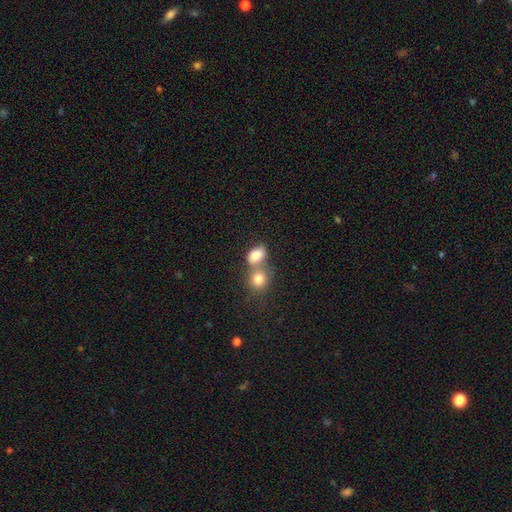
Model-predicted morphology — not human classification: Smooth or featured?
  - smooth: 82% *
  - star or artifact: 9%
  - featured or disk: 9%
How rounded?
  - in between: 68% *
  - round: 31%
  - cigar-shaped: 2%
Merging?
  - merger: 56% *
  - none: 31%
  - minor disturbance: 9%
  - major disturbance: 5%